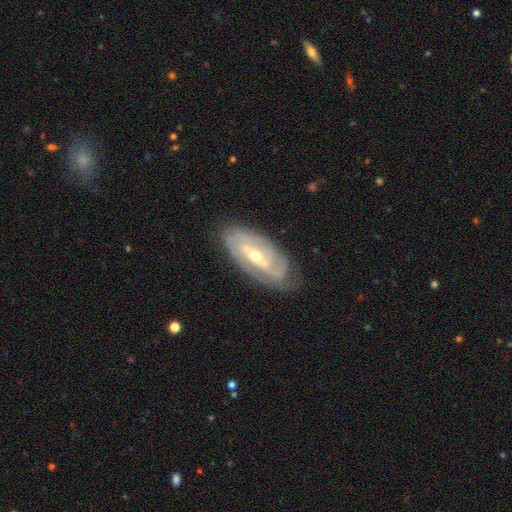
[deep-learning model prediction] Q: Smooth or featured?
A: featured or disk (83%); runner-up: smooth (12%)
Q: Edge-on disk?
A: no (91%); runner-up: yes (9%)
Q: Bar?
A: weak (41%); runner-up: strong (30%)
Q: Spiral arms?
A: yes (91%); runner-up: no (9%)
Q: Spiral winding?
A: tight (56%); runner-up: medium (33%)
Q: Spiral arm count?
A: 2 (47%); runner-up: can't tell (28%)
Q: Bulge size?
A: moderate (50%); runner-up: small (47%)
Q: Merging?
A: none (74%); runner-up: minor disturbance (19%)